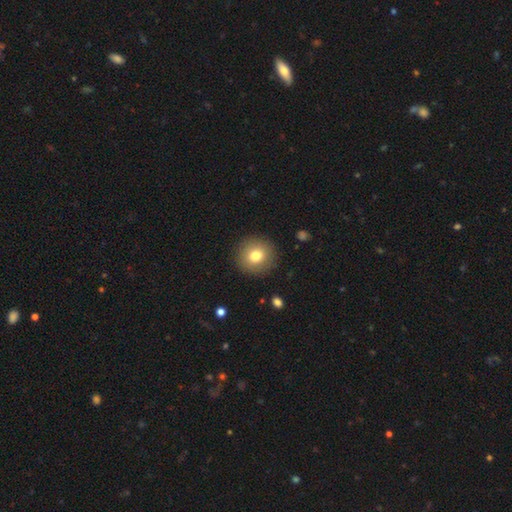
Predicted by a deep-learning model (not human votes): Overall: smooth (78%). How rounded: round (93%). Merging: none (90%).